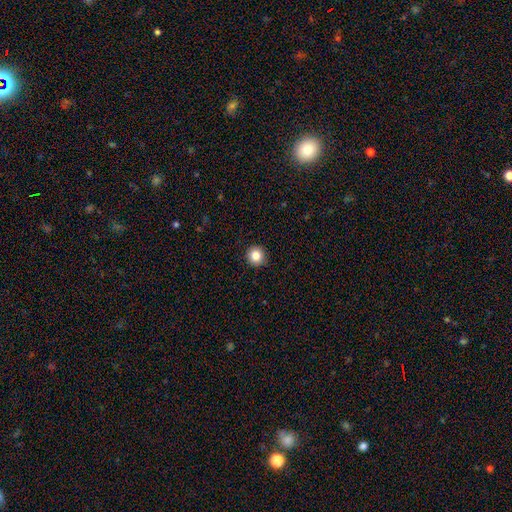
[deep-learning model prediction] smooth 84%, star or artifact 11%, featured or disk 6%. Down the decision tree: how rounded — round (93%); merging — none (92%).